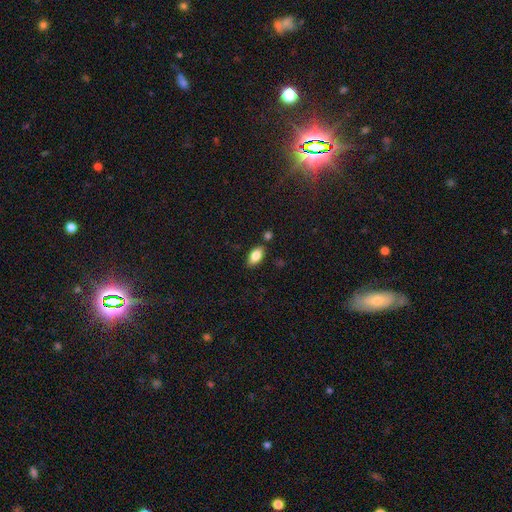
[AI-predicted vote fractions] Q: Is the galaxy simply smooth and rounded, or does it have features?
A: smooth — 79%.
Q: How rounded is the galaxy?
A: in between — 90%.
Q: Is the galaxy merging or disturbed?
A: none — 81%.